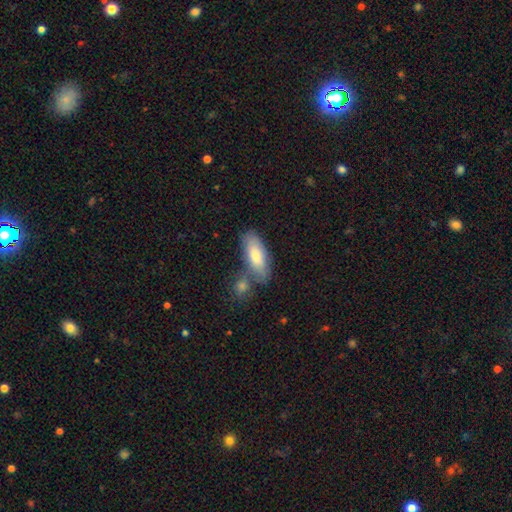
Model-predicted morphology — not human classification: Smooth or featured? Predicted: smooth (p=0.75). How rounded? Predicted: in between (p=0.74). Merging? Predicted: none (p=0.60).